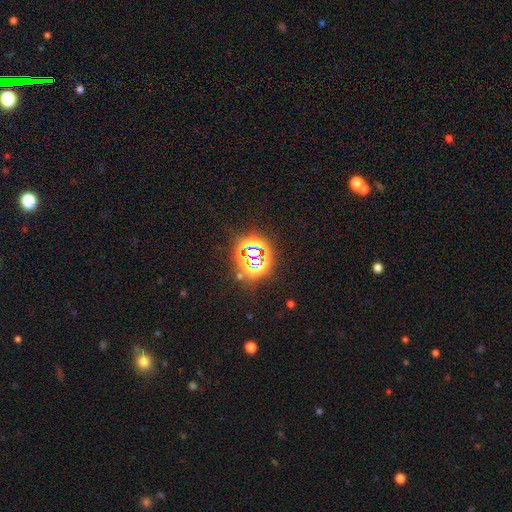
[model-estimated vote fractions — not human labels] This appears to be a star or artifact, not a galaxy (76%).